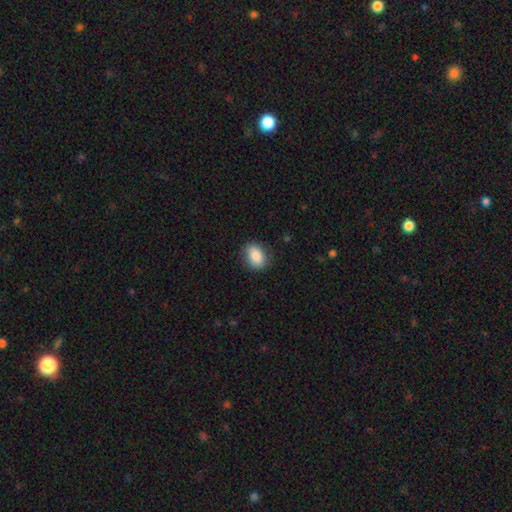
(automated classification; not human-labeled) Q: Smooth or featured?
A: smooth (86%); runner-up: star or artifact (7%)
Q: How rounded?
A: in between (72%); runner-up: round (26%)
Q: Merging?
A: none (83%); runner-up: minor disturbance (13%)